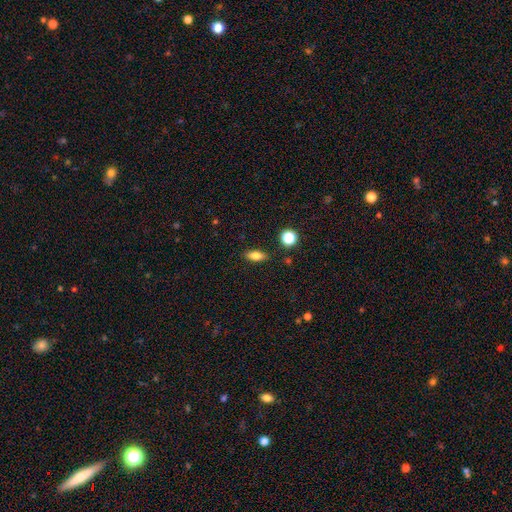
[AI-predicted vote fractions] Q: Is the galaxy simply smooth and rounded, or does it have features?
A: smooth — 75%.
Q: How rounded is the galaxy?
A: in between — 75%.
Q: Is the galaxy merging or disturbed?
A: none — 87%.